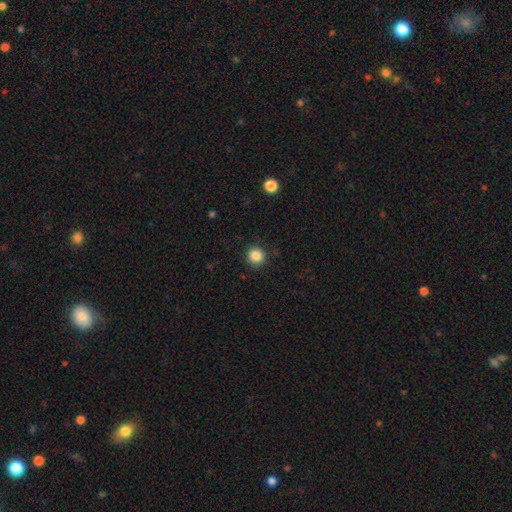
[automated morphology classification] Smooth or featured? smooth (86%)
How rounded? round (94%)
Merging? none (90%)